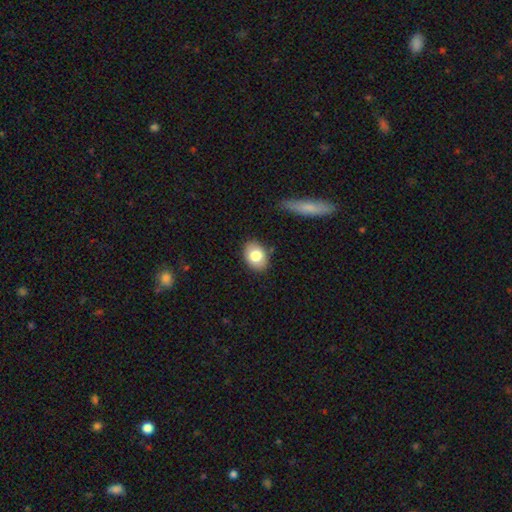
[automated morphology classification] A smooth galaxy with no disk features (79%) that is in between round and cigar-shaped (75%).

Vote fractions:
- Smooth or featured? smooth: 79% / featured or disk: 13% / star or artifact: 8%
- How rounded? in between: 75% / round: 24% / cigar-shaped: 1%
- Merging? none: 84% / minor disturbance: 11% / major disturbance: 2% / merger: 2%